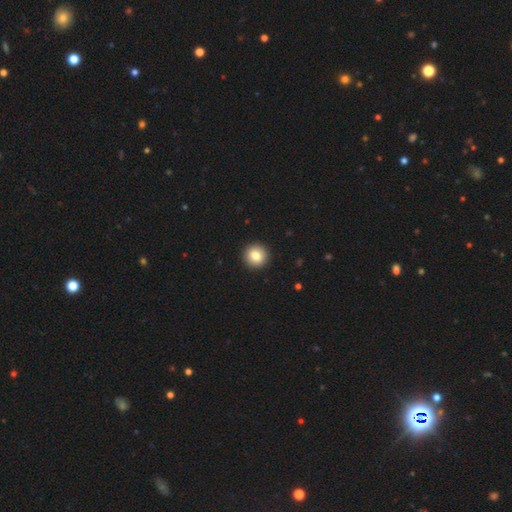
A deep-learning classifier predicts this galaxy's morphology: The model was most divided on "smooth or featured": smooth: 83%, star or artifact: 9%, featured or disk: 8%. More confident: how rounded — round (94%); merging — none (94%).